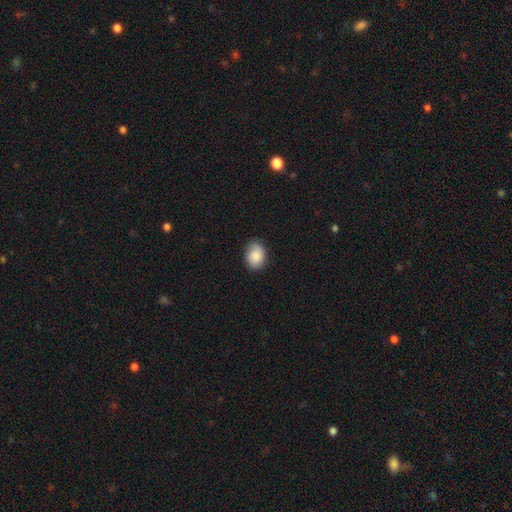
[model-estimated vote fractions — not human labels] Morphology: type=smooth (85%); roundness=in between (65%); merging=none (81%).